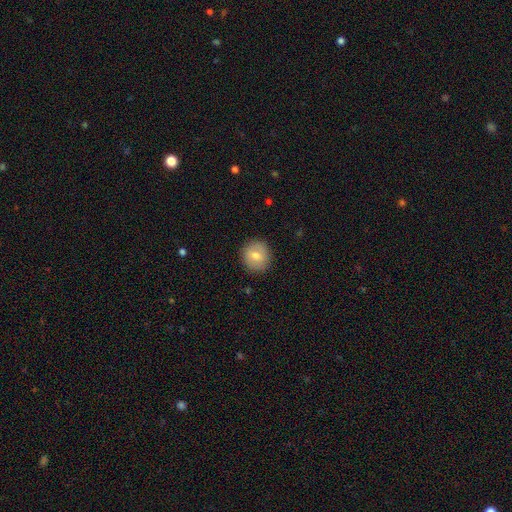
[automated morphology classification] smooth-or-featured: smooth: 67% | featured or disk: 25% | star or artifact: 8%
  how-rounded: round: 87% | in between: 12% | cigar-shaped: 1%
  merging: none: 89% | minor disturbance: 8% | major disturbance: 2% | merger: 1%